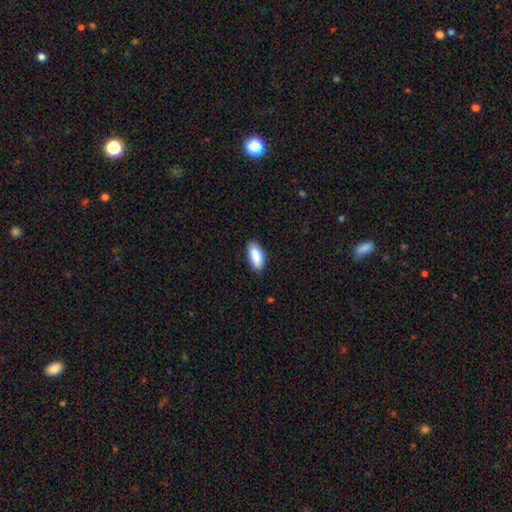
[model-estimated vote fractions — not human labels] The model was most divided on "merging": none: 83%, minor disturbance: 13%, major disturbance: 2%, merger: 1%. More confident: how rounded — in between (90%); smooth or featured — smooth (90%).